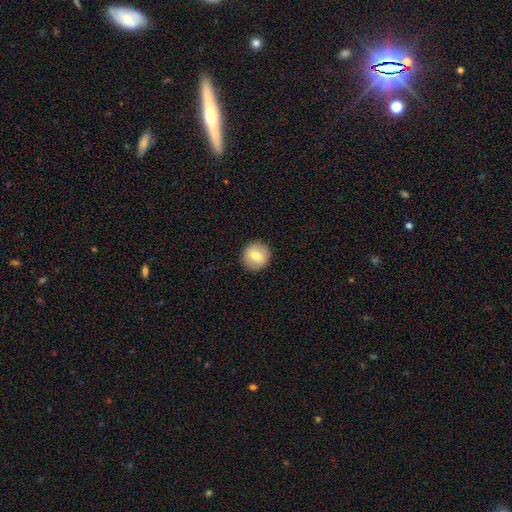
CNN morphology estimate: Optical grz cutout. It shows a smooth galaxy with no disk features (71%) that is round (93%). Merging: none (91%).